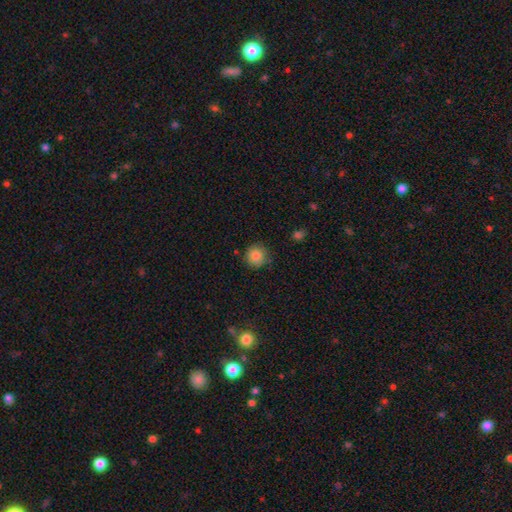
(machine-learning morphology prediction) smooth_or_featured: smooth (p=0.85) [alt: star or artifact p=0.10]
how_rounded: round (p=0.92) [alt: in between p=0.07]
merging: none (p=0.84) [alt: minor disturbance p=0.11]